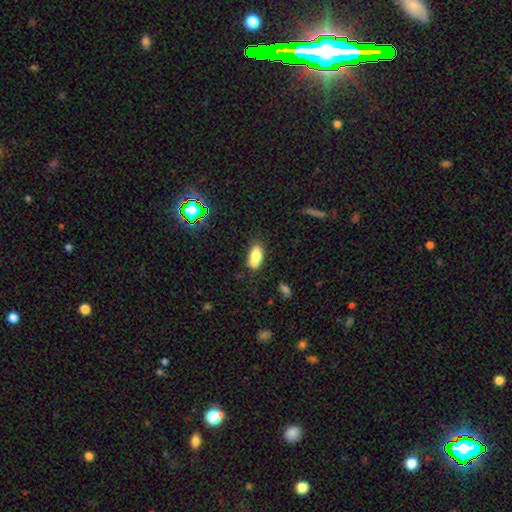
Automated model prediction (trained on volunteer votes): Q: Smooth or featured?
A: smooth (73%); runner-up: featured or disk (17%)
Q: How rounded?
A: in between (83%); runner-up: cigar-shaped (11%)
Q: Merging?
A: none (53%); runner-up: merger (23%)